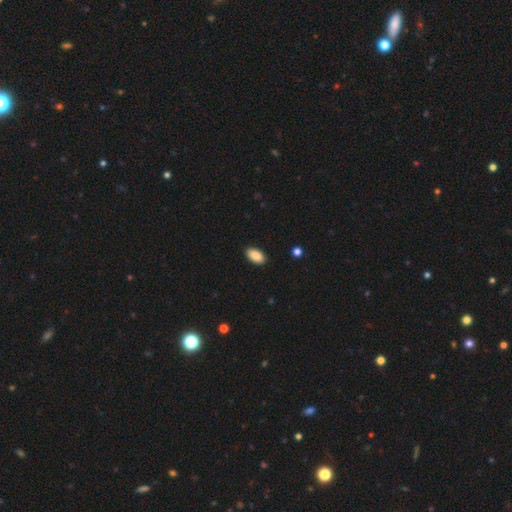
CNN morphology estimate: smooth_or_featured: smooth (p=0.89) [alt: star or artifact p=0.07]
how_rounded: in between (p=0.94) [alt: round p=0.03]
merging: none (p=0.90) [alt: minor disturbance p=0.07]